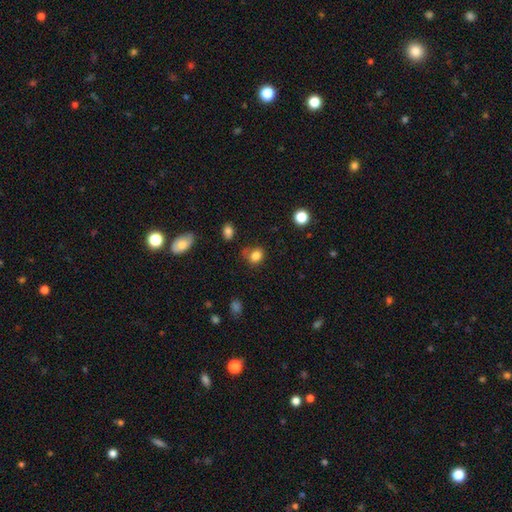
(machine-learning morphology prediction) The model was most divided on "how rounded": round: 60%, in between: 39%, cigar-shaped: 1%. More confident: smooth or featured — smooth (83%); merging — none (62%).